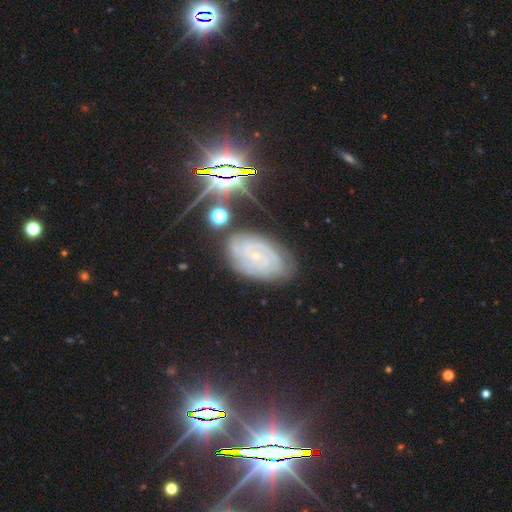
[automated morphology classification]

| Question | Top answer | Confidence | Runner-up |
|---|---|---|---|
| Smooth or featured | featured or disk | 75% | star or artifact (15%) |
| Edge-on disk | no | 95% | yes (5%) |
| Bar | no | 70% | weak (23%) |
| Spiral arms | yes | 94% | no (6%) |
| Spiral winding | tight | 76% | medium (19%) |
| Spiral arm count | can't tell | 37% | 2 (26%) |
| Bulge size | small | 82% | moderate (14%) |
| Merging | none | 75% | minor disturbance (17%) |